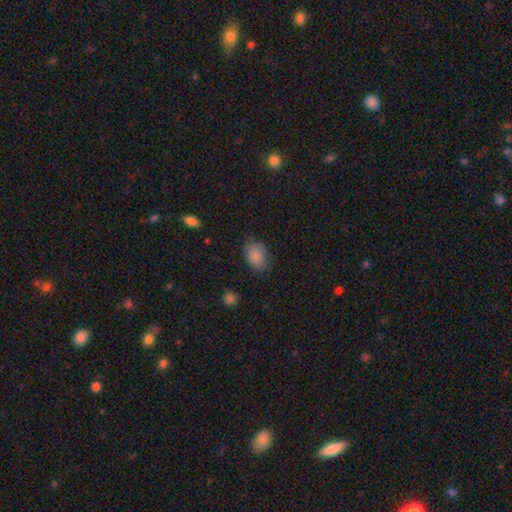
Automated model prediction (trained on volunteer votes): smooth-or-featured: smooth: 84% | featured or disk: 8% | star or artifact: 8%
  how-rounded: in between: 78% | round: 20% | cigar-shaped: 1%
  merging: none: 69% | minor disturbance: 24% | major disturbance: 6% | merger: 1%